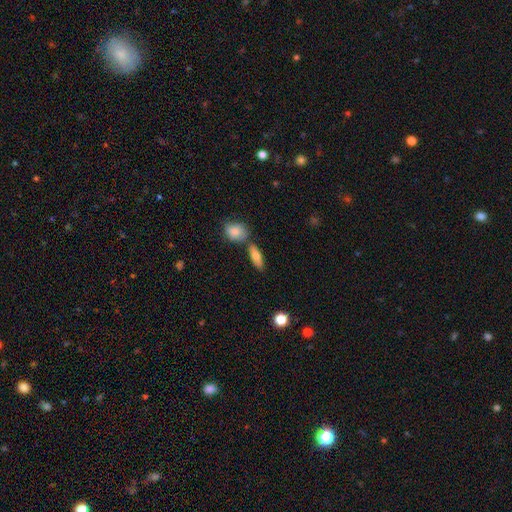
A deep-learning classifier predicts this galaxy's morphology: smooth 74%, featured or disk 19%, star or artifact 7%. Down the decision tree: how rounded — in between (63%); merging — none (69%).